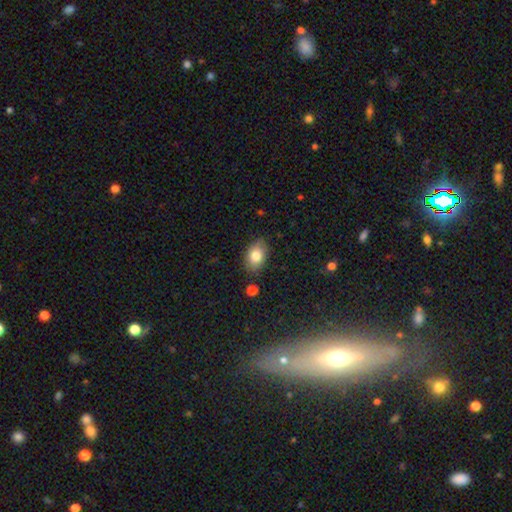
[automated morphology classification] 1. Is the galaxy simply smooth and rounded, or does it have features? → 80% smooth, 11% featured or disk, 8% star or artifact.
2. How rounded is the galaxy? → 84% in between, 15% round, 1% cigar-shaped.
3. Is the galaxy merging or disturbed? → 82% none, 14% minor disturbance, 3% major disturbance, 2% merger.